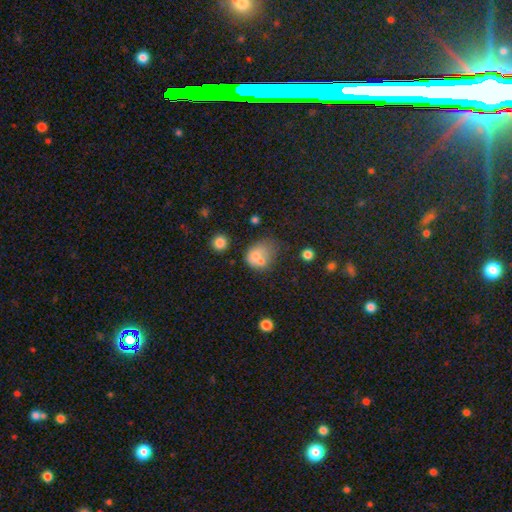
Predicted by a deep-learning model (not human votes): Q: Smooth or featured?
A: smooth (68%); runner-up: featured or disk (18%)
Q: How rounded?
A: in between (53%); runner-up: round (46%)
Q: Merging?
A: merger (37%); runner-up: none (28%)